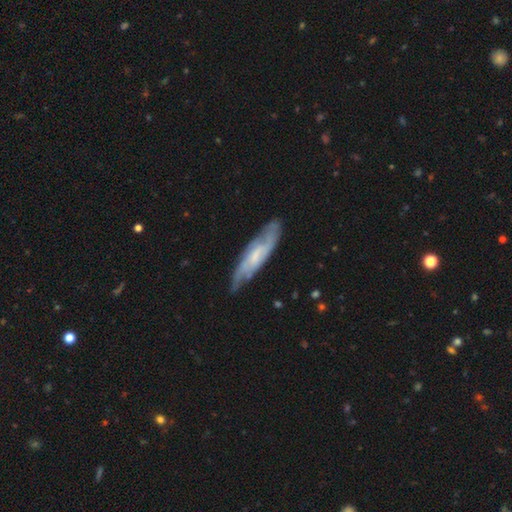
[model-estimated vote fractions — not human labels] Smooth or featured: featured or disk — 69% (smooth — 25%)
Edge-on disk: no — 68% (yes — 32%)
Merging: none — 75% (minor disturbance — 19%)